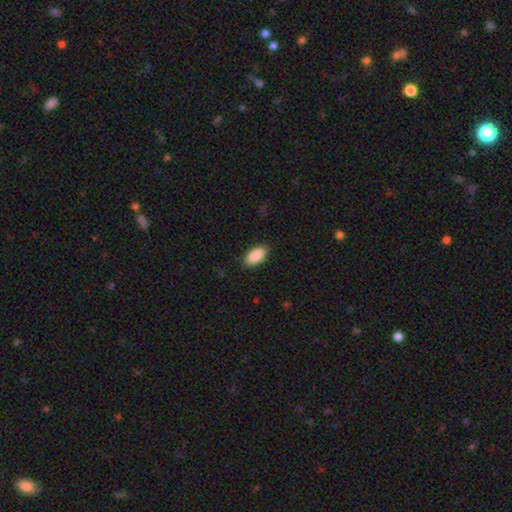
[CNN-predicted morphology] Smooth or featured? Predicted: smooth (p=0.90). How rounded? Predicted: in between (p=0.94). Merging? Predicted: none (p=0.88).